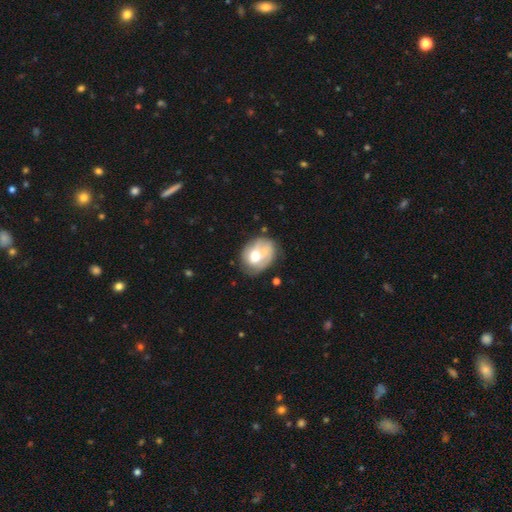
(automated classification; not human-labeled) Smooth or featured?
  - smooth: 52% *
  - featured or disk: 41%
  - star or artifact: 8%
How rounded?
  - in between: 52% *
  - round: 47%
  - cigar-shaped: 1%
Merging?
  - none: 49% *
  - minor disturbance: 30%
  - major disturbance: 15%
  - merger: 7%